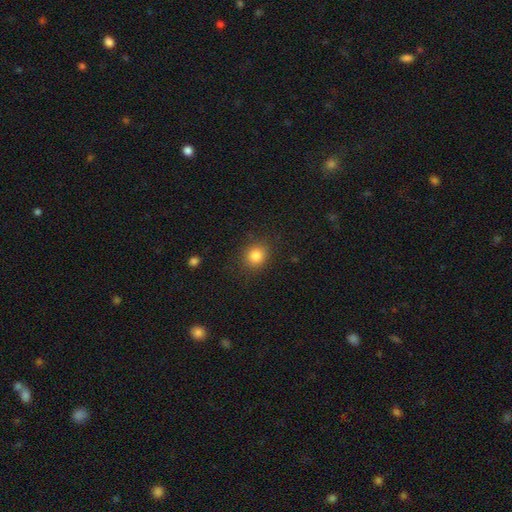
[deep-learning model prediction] This appears to be a smooth galaxy with no disk features (83%) that is round (73%). Merging: none (86%).